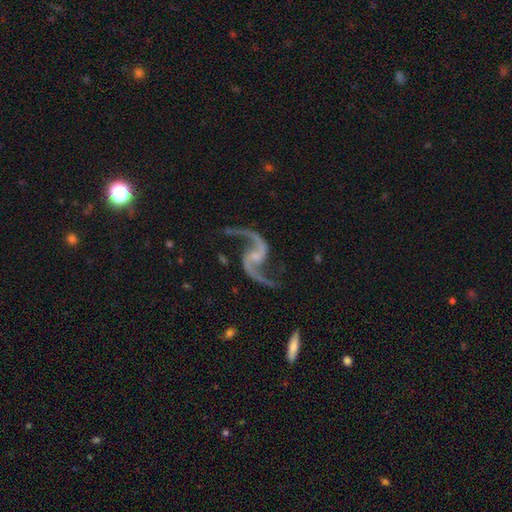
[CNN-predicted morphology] This appears to be a featured or disk galaxy (94%) with no bar (52%), 2 (95%) loose (79%) spiral arms (98%) and a small central bulge (64%). Merging: none (76%).